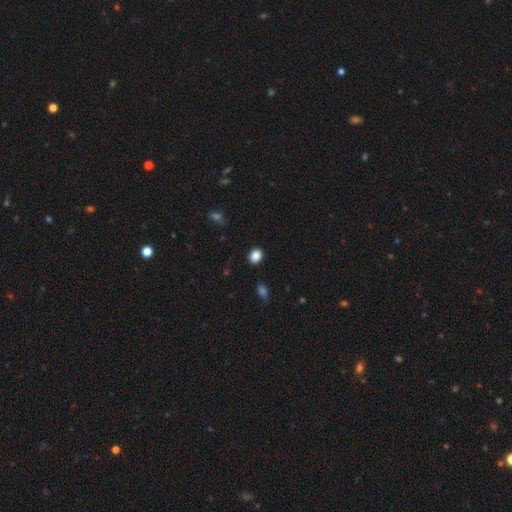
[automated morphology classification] Overall: smooth (87%). How rounded: in between (51%; round 48%). Merging: none (89%).